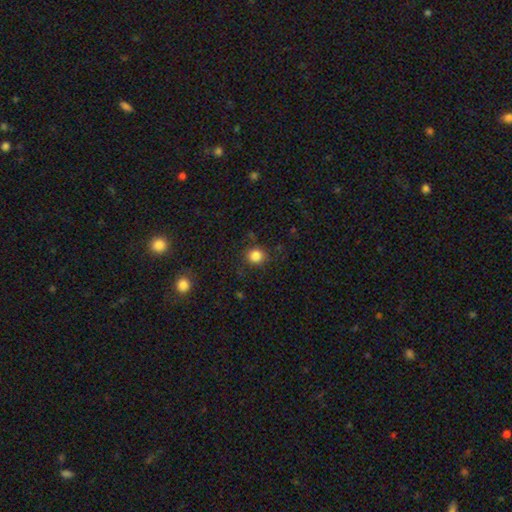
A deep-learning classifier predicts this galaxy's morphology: This is clearly a smooth galaxy (84%). How rounded: clearly round (87%). Merging: clearly none (86%).